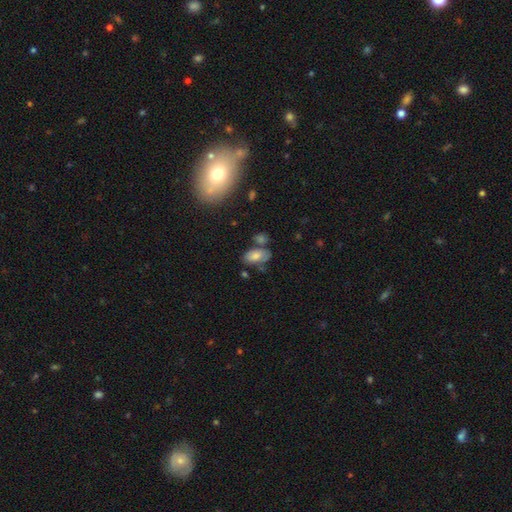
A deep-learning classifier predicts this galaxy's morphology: type=smooth (72%); roundness=in between (92%); merging=none (56%).